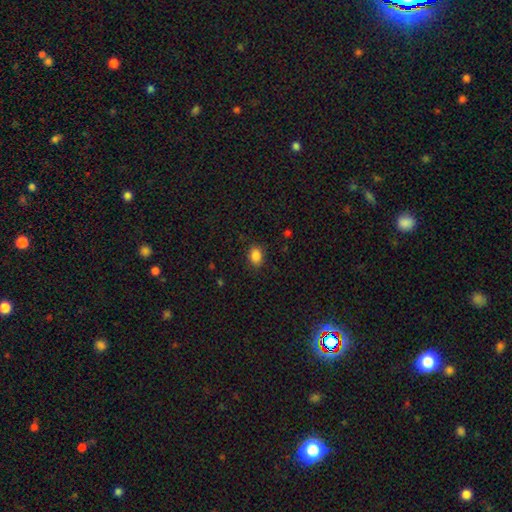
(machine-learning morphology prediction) smooth-or-featured: smooth: 87% | star or artifact: 10% | featured or disk: 3%
  how-rounded: in between: 66% | round: 33% | cigar-shaped: 1%
  merging: none: 87% | minor disturbance: 10% | major disturbance: 3% | merger: 1%